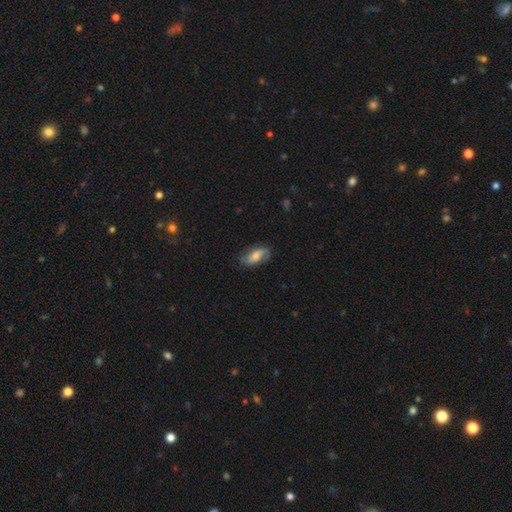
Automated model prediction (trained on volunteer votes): A smooth galaxy with no disk features (49%). Merging: none (74%).